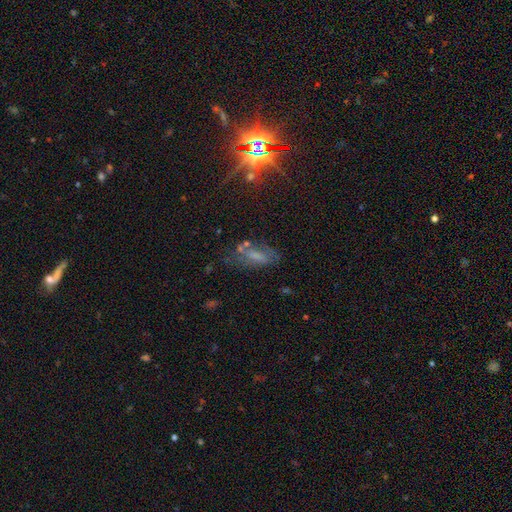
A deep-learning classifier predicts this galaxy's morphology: smooth-or-featured: featured or disk: 40% | smooth: 38% | star or artifact: 22%
  merging: none: 52% | minor disturbance: 25% | major disturbance: 17% | merger: 7%